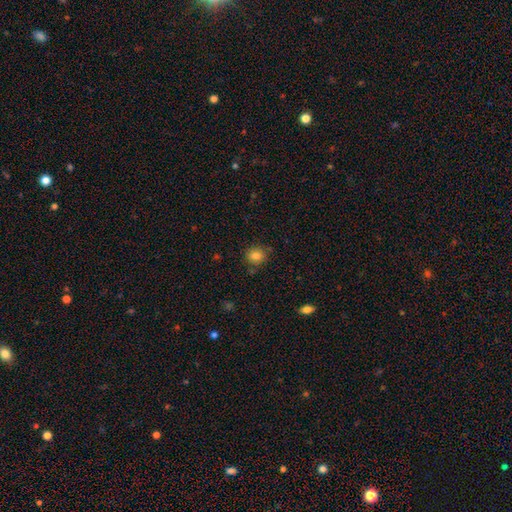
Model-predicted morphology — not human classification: Q: Smooth or featured?
A: smooth (83%); runner-up: star or artifact (11%)
Q: How rounded?
A: round (79%); runner-up: in between (20%)
Q: Merging?
A: none (81%); runner-up: minor disturbance (13%)